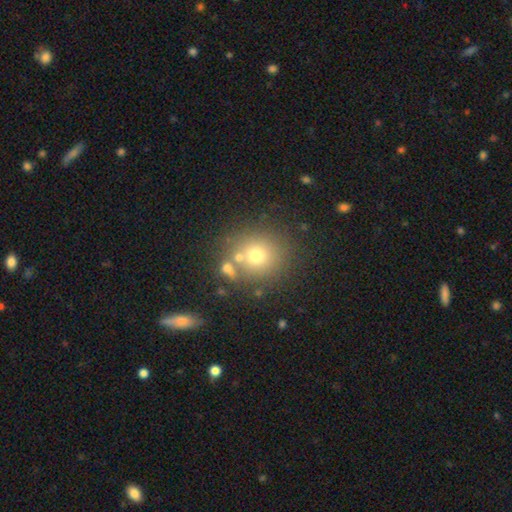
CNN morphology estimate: Smooth or featured?
  - smooth: 70% *
  - star or artifact: 16%
  - featured or disk: 14%
How rounded?
  - round: 87% *
  - in between: 12%
  - cigar-shaped: 1%
Merging?
  - none: 70% *
  - merger: 14%
  - minor disturbance: 11%
  - major disturbance: 5%